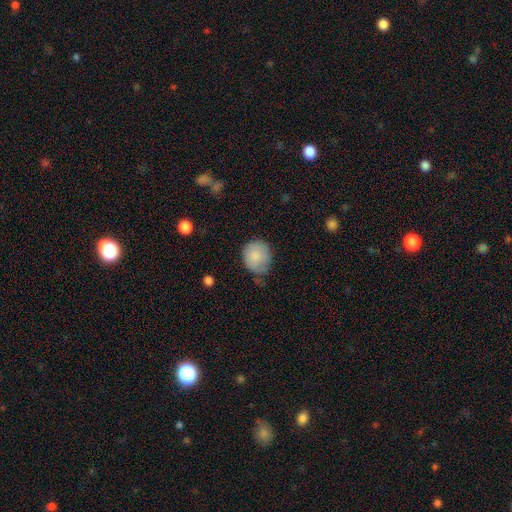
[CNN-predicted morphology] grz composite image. It shows a smooth galaxy with no disk features (82%) that is round (74%). Merging: none (53%).